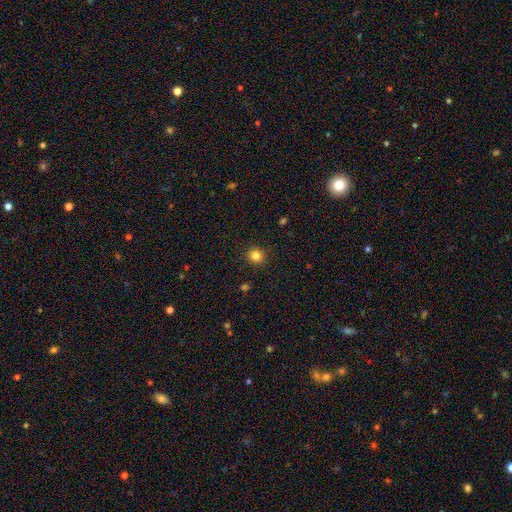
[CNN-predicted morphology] A smooth galaxy with no disk features (83%) that is round (92%). Merging: none (92%).